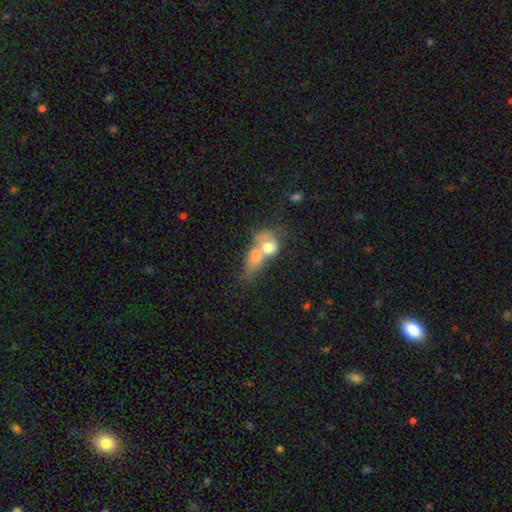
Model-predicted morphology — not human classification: Q: Smooth or featured?
A: smooth (67%); runner-up: featured or disk (25%)
Q: How rounded?
A: in between (58%); runner-up: round (37%)
Q: Merging?
A: merger (78%); runner-up: none (10%)